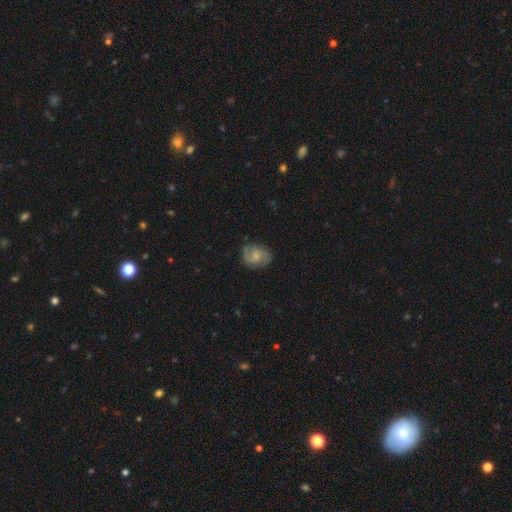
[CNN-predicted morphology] This is possibly a featured or disk galaxy (53%). It is clearly not viewed edge-on (97%). Bar: likely no (69%). Spiral arm pattern: clearly yes (87%). Central bulge: possibly small (46%). Merging: likely none (72%).